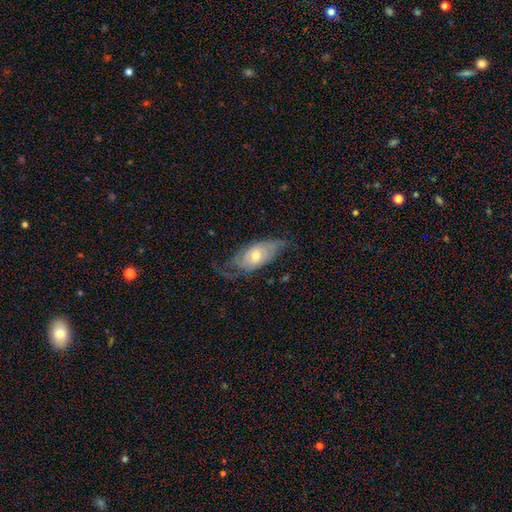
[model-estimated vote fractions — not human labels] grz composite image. It shows a featured or disk galaxy (65%) with no bar (73%), spiral arms (79%) and a moderate central bulge (67%). Merging: none (52%).